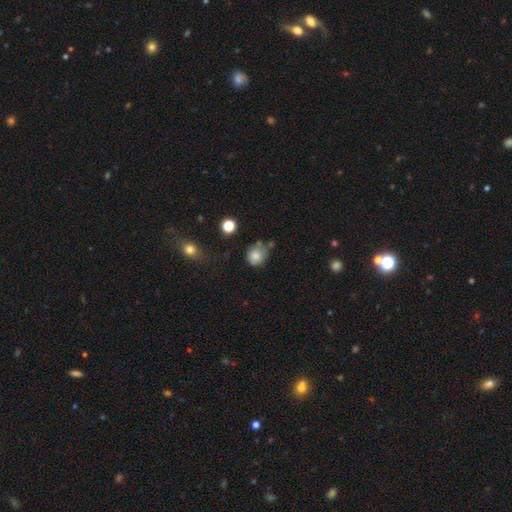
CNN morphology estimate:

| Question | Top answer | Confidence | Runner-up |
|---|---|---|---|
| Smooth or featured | smooth | 79% | featured or disk (11%) |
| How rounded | round | 77% | in between (22%) |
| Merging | none | 50% | minor disturbance (29%) |